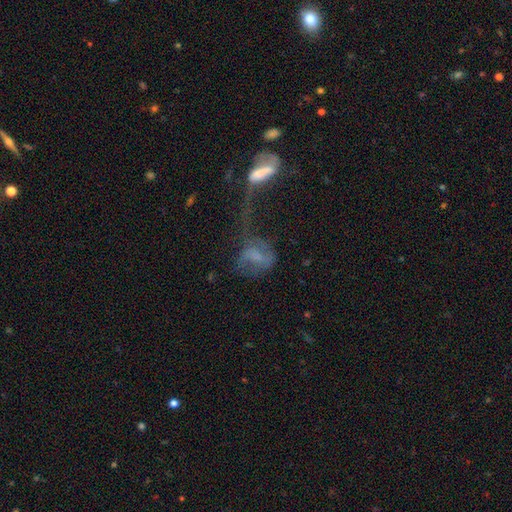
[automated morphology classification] smooth-or-featured: featured or disk: 52% | smooth: 33% | star or artifact: 14%
  disk-edge-on: no: 94% | yes: 6%
  merging: major disturbance: 32% | merger: 28% | none: 26% | minor disturbance: 14%